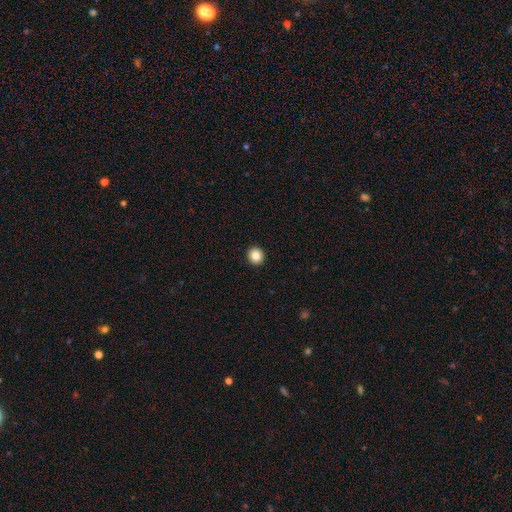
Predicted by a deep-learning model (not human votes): Overall: smooth (86%). How rounded: round (89%). Merging: none (93%).